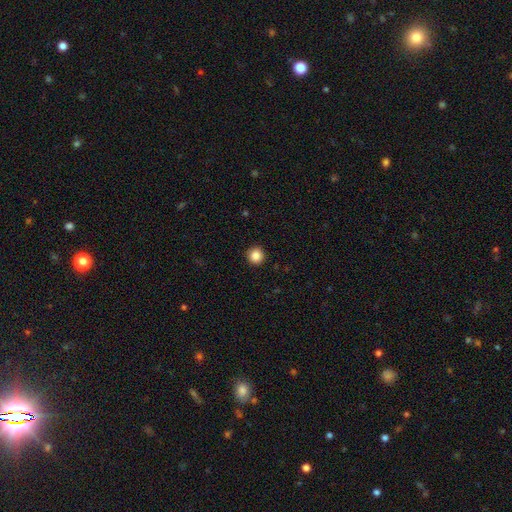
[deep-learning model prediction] A smooth galaxy with no disk features (87%) that is round (95%).

Vote fractions:
- Smooth or featured? smooth: 87% / star or artifact: 10% / featured or disk: 3%
- How rounded? round: 95% / in between: 4% / cigar-shaped: 1%
- Merging? none: 93% / minor disturbance: 5% / major disturbance: 2% / merger: 1%